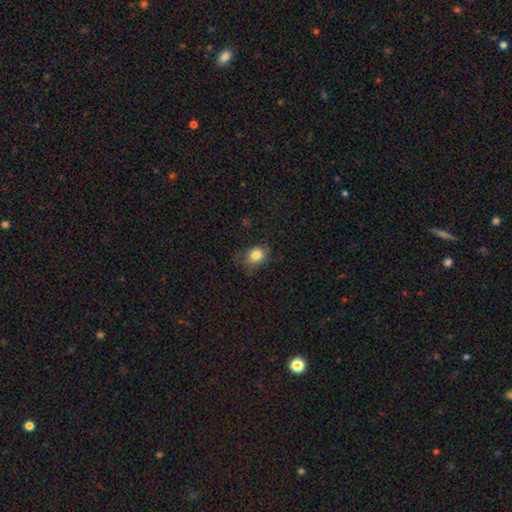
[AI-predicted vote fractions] Smooth or featured: smooth — 82% (star or artifact — 10%)
How rounded: round — 50% (in between — 49%)
Merging: none — 66% (minor disturbance — 24%)